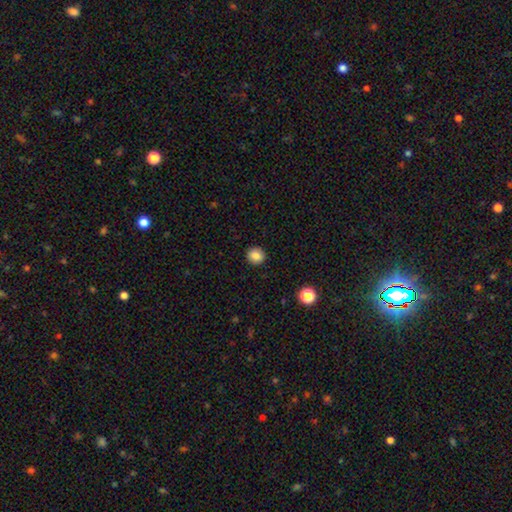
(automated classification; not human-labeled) Smooth or featured? smooth (85%)
How rounded? round (89%)
Merging? none (92%)